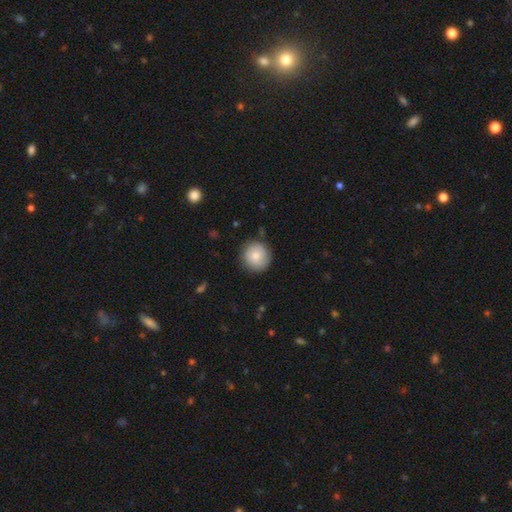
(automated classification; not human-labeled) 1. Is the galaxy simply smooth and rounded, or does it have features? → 79% smooth, 14% featured or disk, 7% star or artifact.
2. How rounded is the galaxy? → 93% round, 6% in between, 1% cigar-shaped.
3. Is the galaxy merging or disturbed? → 85% none, 11% minor disturbance, 3% major disturbance, 1% merger.